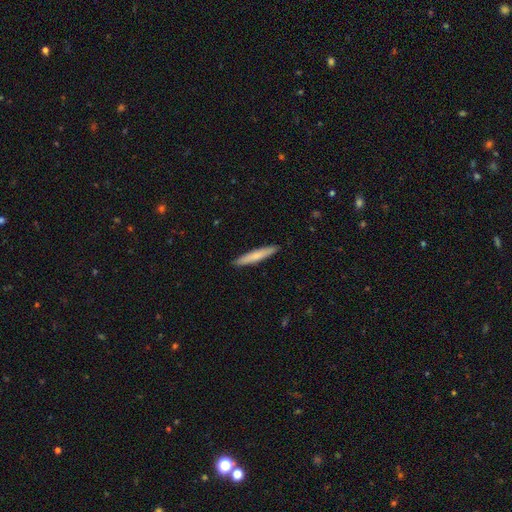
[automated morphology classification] This appears to be a smooth galaxy with no disk features (71%) that is cigar-shaped (94%). Merging: none (92%).